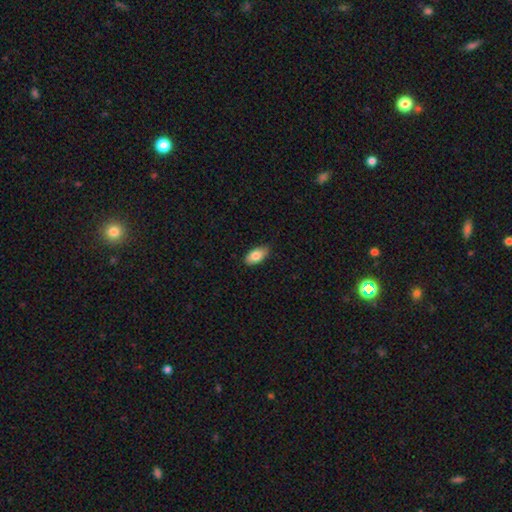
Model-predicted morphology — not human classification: This is clearly a smooth galaxy (82%). How rounded: clearly in between (92%). Merging: clearly none (85%).